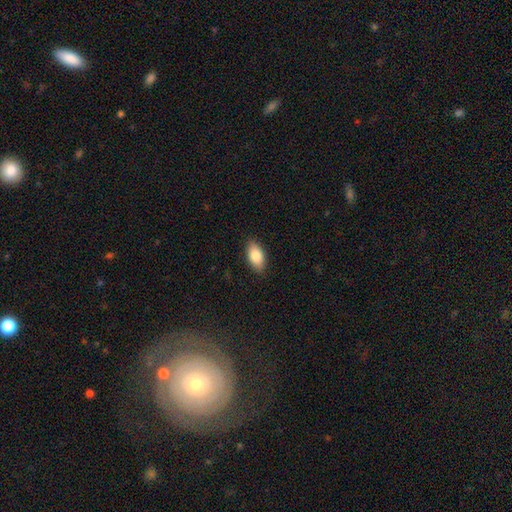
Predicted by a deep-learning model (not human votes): Smooth or featured? Predicted: smooth (p=0.84). How rounded? Predicted: in between (p=0.92). Merging? Predicted: none (p=0.88).